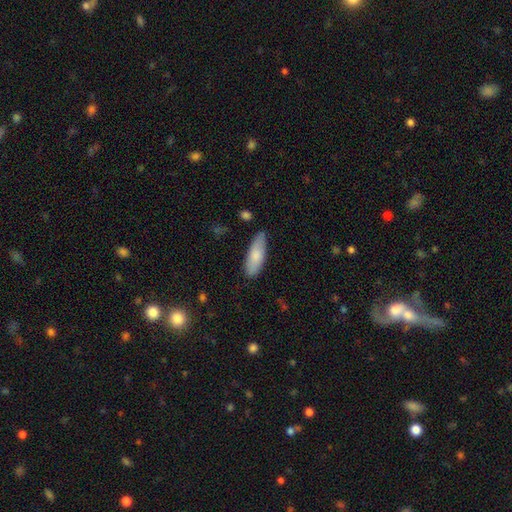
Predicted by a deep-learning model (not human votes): Smooth or featured: smooth — 79% (featured or disk — 15%)
How rounded: in between — 62% (cigar-shaped — 36%)
Merging: none — 78% (minor disturbance — 17%)